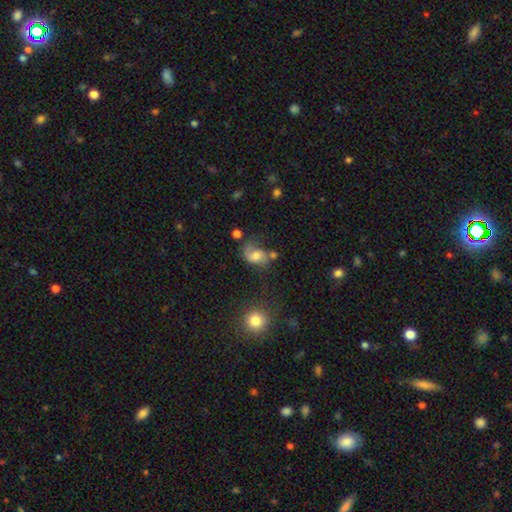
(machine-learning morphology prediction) smooth-or-featured: smooth: 45% | featured or disk: 43% | star or artifact: 12%
  merging: none: 38% | major disturbance: 25% | minor disturbance: 25% | merger: 13%